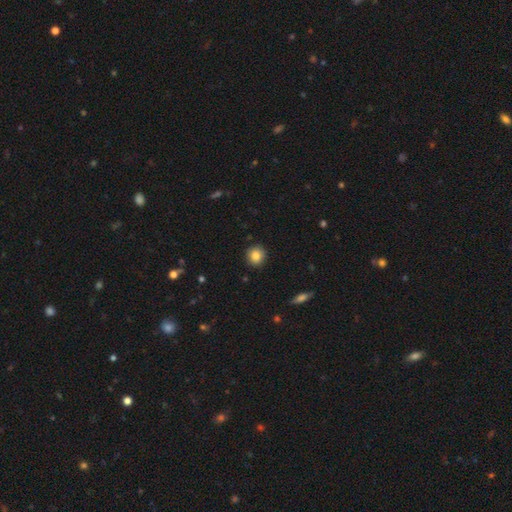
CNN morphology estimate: Smooth or featured? Predicted: smooth (p=0.84). How rounded? Predicted: round (p=0.91). Merging? Predicted: none (p=0.91).